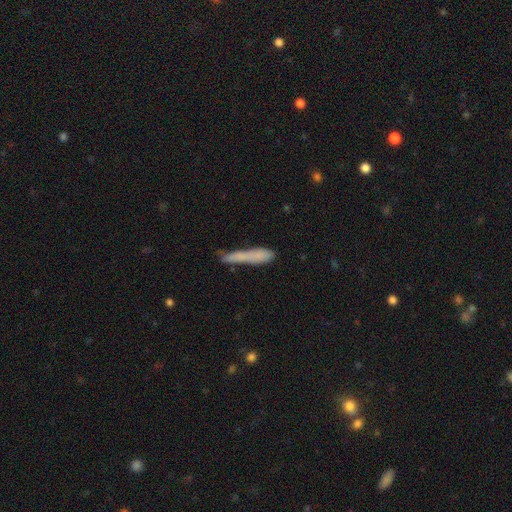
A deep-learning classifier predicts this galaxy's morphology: This is likely a smooth galaxy (76%). How rounded: clearly cigar-shaped (91%). Merging: possibly none (54%).